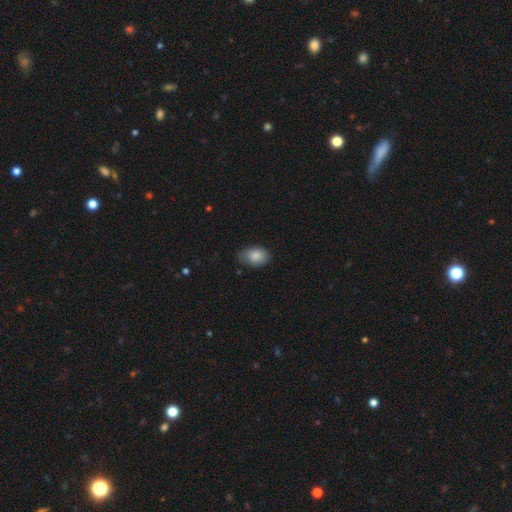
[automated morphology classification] The model was most divided on "merging": none: 69%, minor disturbance: 26%, major disturbance: 4%, merger: 1%. More confident: smooth or featured — smooth (86%); how rounded — in between (84%).